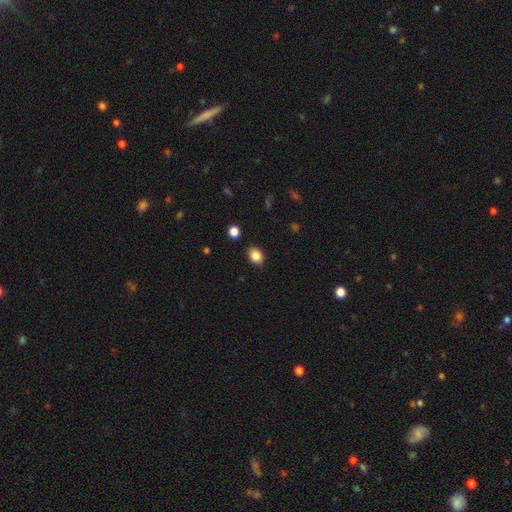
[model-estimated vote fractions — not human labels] Smooth or featured: smooth — 87% (star or artifact — 9%)
How rounded: in between — 66% (round — 33%)
Merging: none — 85% (minor disturbance — 10%)